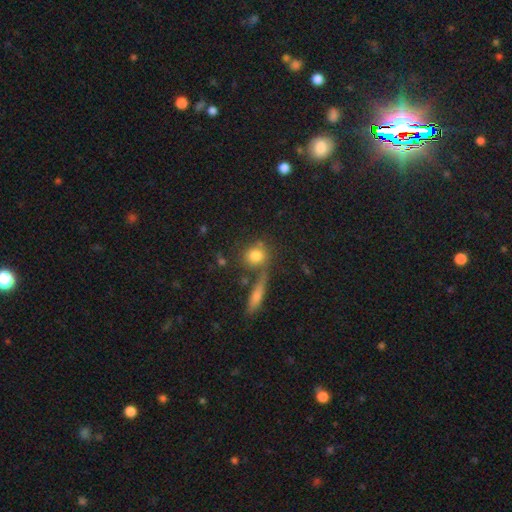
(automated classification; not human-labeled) This appears to be a smooth galaxy with no disk features (78%) that is round (76%). Merging: none (61%).